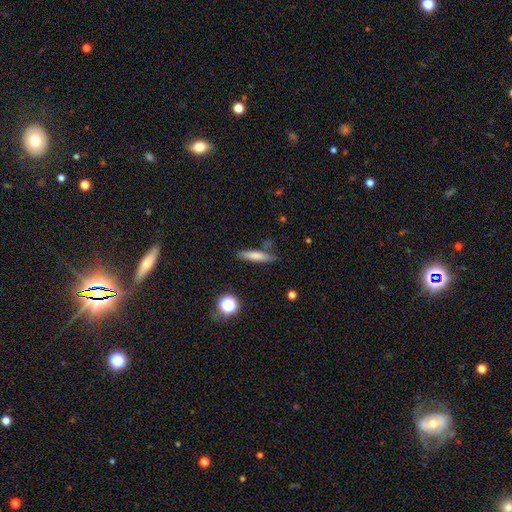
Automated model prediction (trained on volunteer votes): Morphology: type=smooth (74%); roundness=cigar-shaped (82%); merging=none (74%).